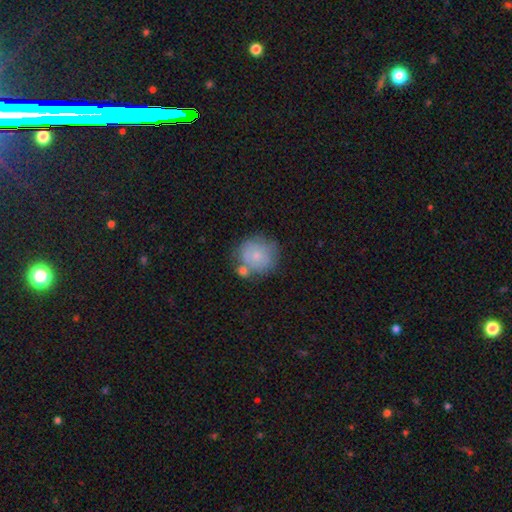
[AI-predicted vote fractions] Q: Smooth or featured?
A: smooth (70%); runner-up: featured or disk (22%)
Q: How rounded?
A: round (86%); runner-up: in between (13%)
Q: Merging?
A: none (57%); runner-up: minor disturbance (20%)